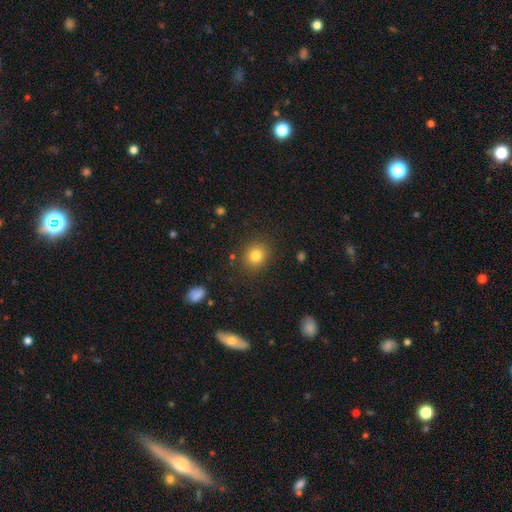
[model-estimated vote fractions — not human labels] Overall: smooth (81%). How rounded: round (79%). Merging: none (87%).